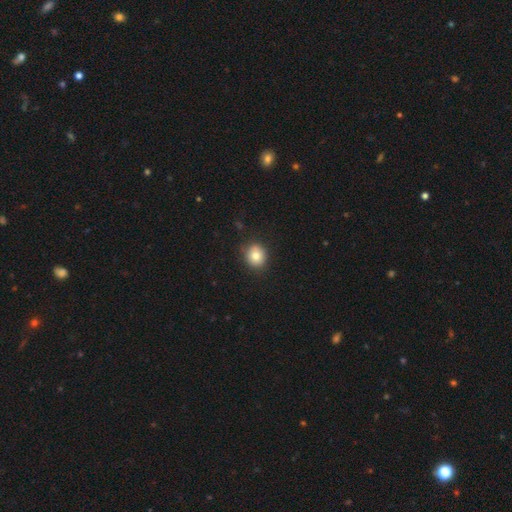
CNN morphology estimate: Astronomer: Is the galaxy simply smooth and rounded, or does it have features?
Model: smooth — 81%.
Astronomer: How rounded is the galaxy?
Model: round — 77%.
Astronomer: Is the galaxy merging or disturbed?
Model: none — 86%.